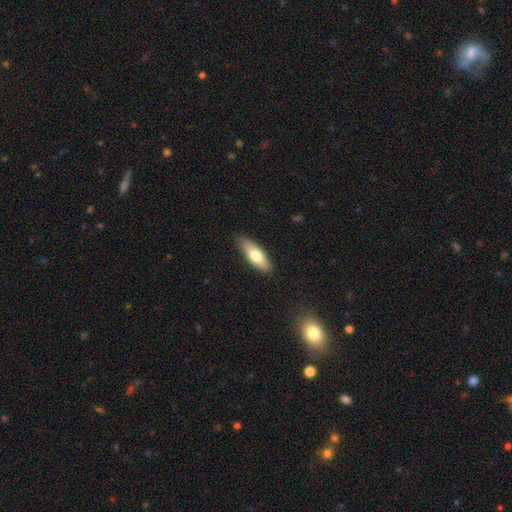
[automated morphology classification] The model was most divided on "how rounded": in between: 54%, cigar-shaped: 44%, round: 2%. More confident: merging — none (85%); smooth or featured — smooth (72%).